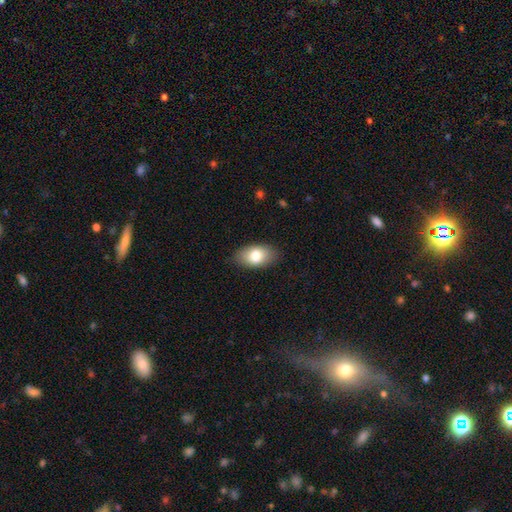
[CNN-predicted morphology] Overall: smooth (78%). How rounded: in between (92%). Merging: none (86%).